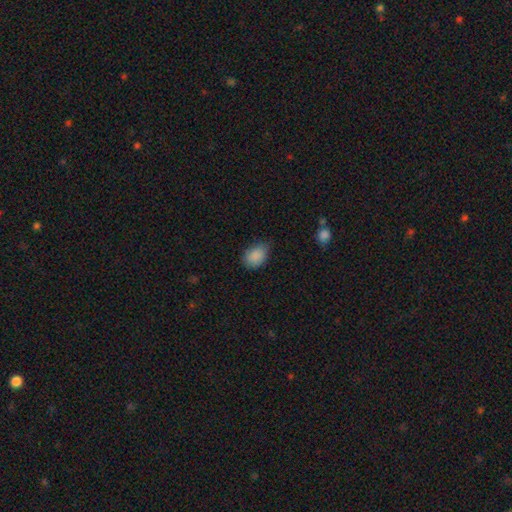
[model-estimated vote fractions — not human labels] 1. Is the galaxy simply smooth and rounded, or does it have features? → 88% smooth, 8% star or artifact, 4% featured or disk.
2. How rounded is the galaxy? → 79% in between, 20% round, 1% cigar-shaped.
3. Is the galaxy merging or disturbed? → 69% none, 26% minor disturbance, 4% major disturbance, 1% merger.